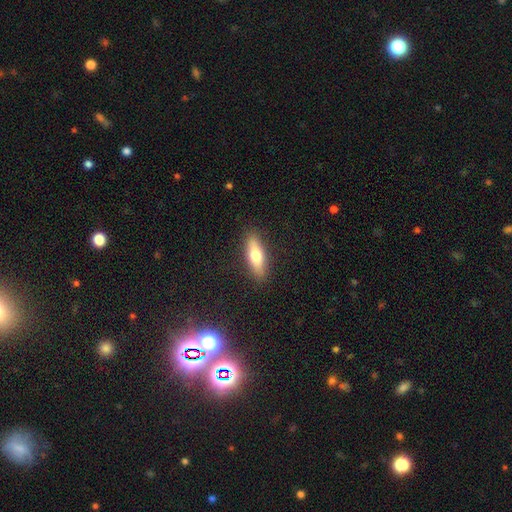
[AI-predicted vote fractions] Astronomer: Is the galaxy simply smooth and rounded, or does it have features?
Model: smooth — 63%.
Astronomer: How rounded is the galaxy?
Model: cigar-shaped — 51% (runner-up: in between, 46%).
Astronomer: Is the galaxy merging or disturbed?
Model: none — 88%.